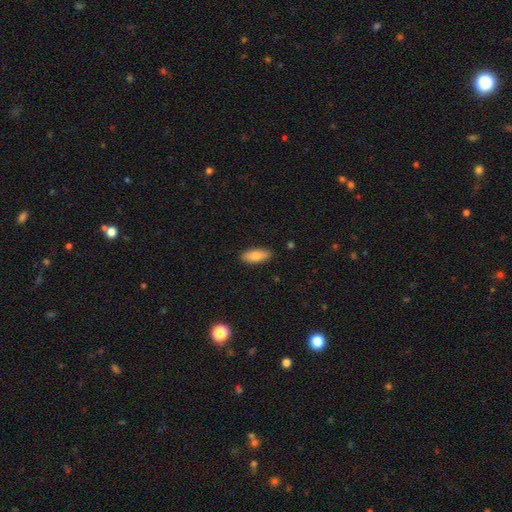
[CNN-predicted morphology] smooth_or_featured: smooth (p=0.80) [alt: featured or disk p=0.13]
how_rounded: in between (p=0.75) [alt: cigar-shaped p=0.23]
merging: none (p=0.88) [alt: minor disturbance p=0.09]